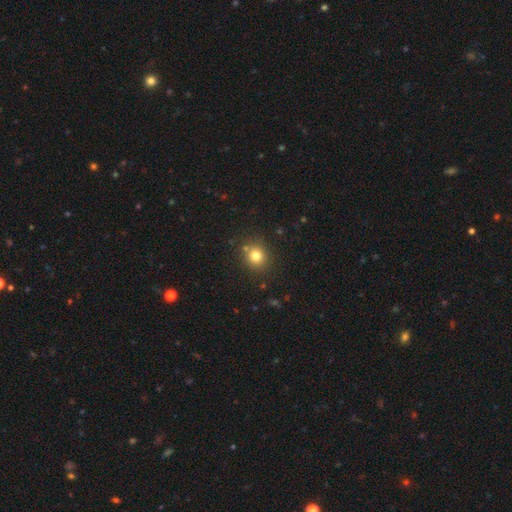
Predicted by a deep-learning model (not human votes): A smooth galaxy with no disk features (78%) that is round (83%). Merging: none (83%).